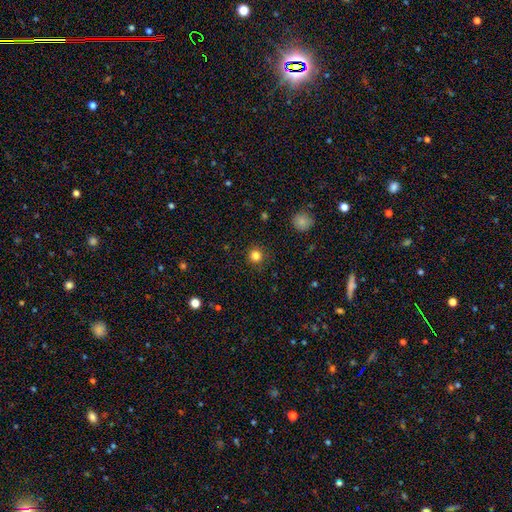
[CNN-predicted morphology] Smooth or featured? smooth (83%)
How rounded? round (94%)
Merging? none (91%)